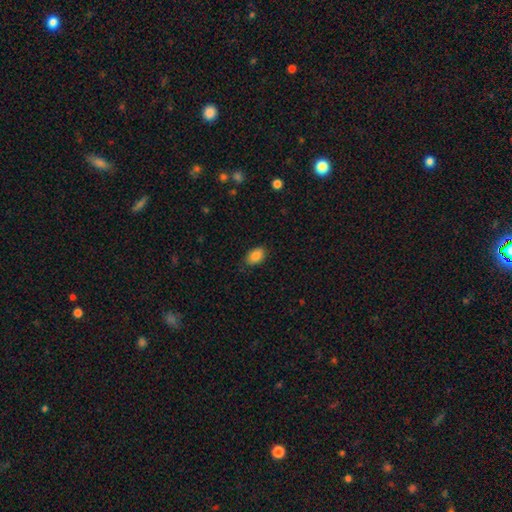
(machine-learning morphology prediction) smooth-or-featured: smooth: 87% | star or artifact: 8% | featured or disk: 5%
  how-rounded: in between: 87% | round: 12% | cigar-shaped: 1%
  merging: none: 82% | minor disturbance: 14% | major disturbance: 3% | merger: 1%